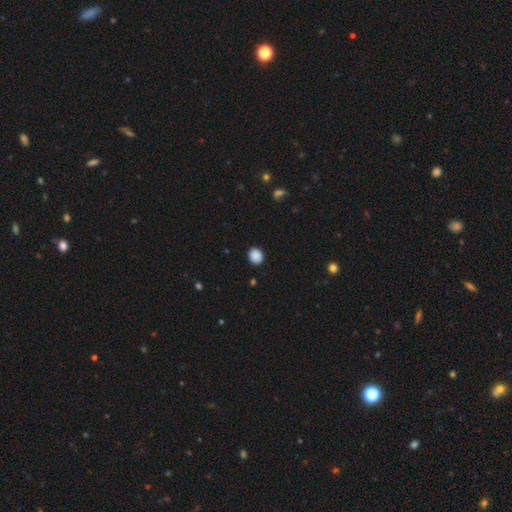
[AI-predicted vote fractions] A smooth galaxy with no disk features (89%) that is round (72%). Merging: none (90%).